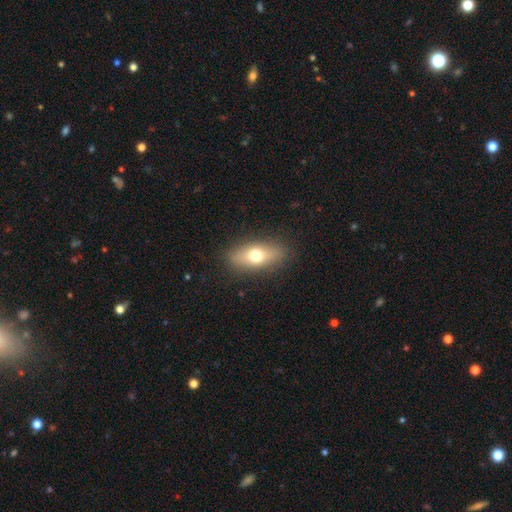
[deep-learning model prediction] smooth_or_featured: smooth (p=0.67) [alt: featured or disk p=0.25]
how_rounded: in between (p=0.73) [alt: cigar-shaped p=0.19]
merging: none (p=0.86) [alt: minor disturbance p=0.10]